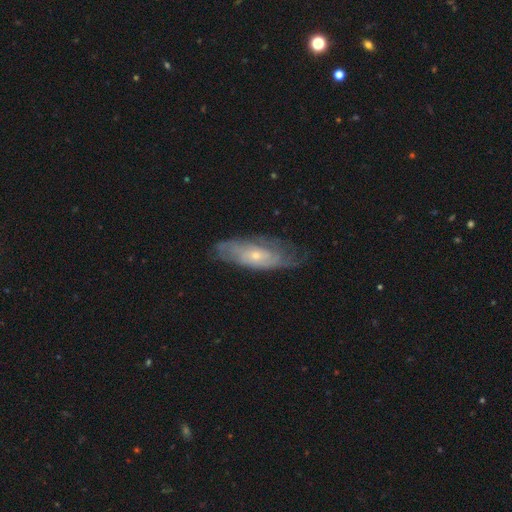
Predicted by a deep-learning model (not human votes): Overall: featured or disk (65%; smooth 29%). Edge-on disk: no (82%). Bar: no (80%). Spiral arms: yes (74%). Bulge size: small (66%; moderate 30%). Merging: none (63%; minor disturbance 25%).